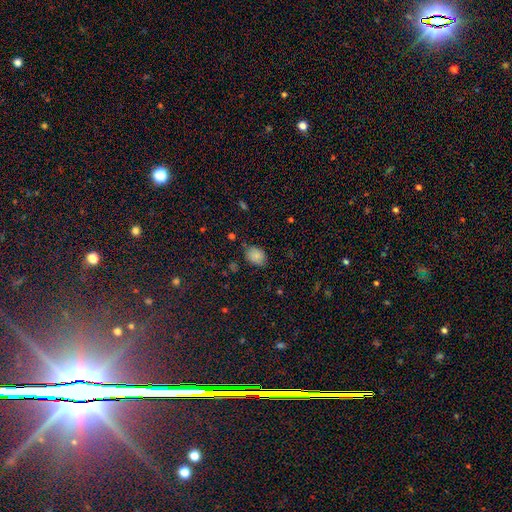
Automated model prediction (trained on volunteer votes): The model was most divided on "how rounded": in between: 66%, round: 33%, cigar-shaped: 1%. More confident: smooth or featured — smooth (82%); merging — none (71%).